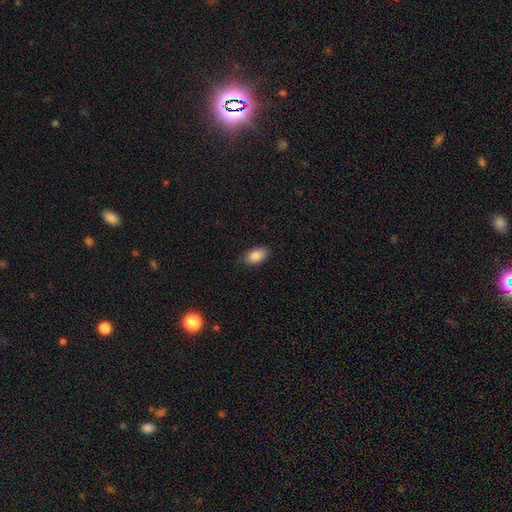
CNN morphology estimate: Q: Smooth or featured?
A: smooth (88%); runner-up: star or artifact (7%)
Q: How rounded?
A: in between (93%); runner-up: round (4%)
Q: Merging?
A: none (78%); runner-up: minor disturbance (18%)